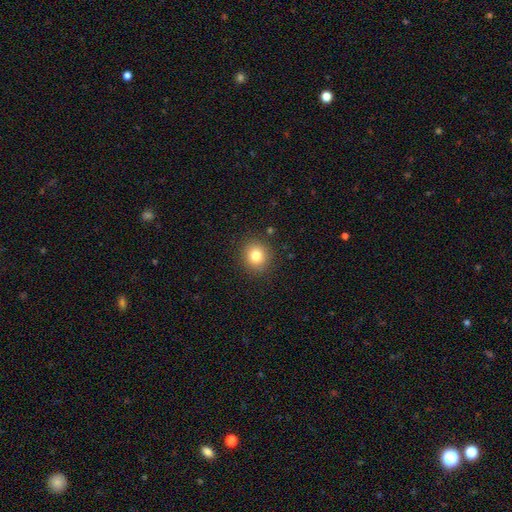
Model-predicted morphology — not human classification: smooth 80%, star or artifact 12%, featured or disk 8%. Down the decision tree: how rounded — round (88%); merging — none (89%).